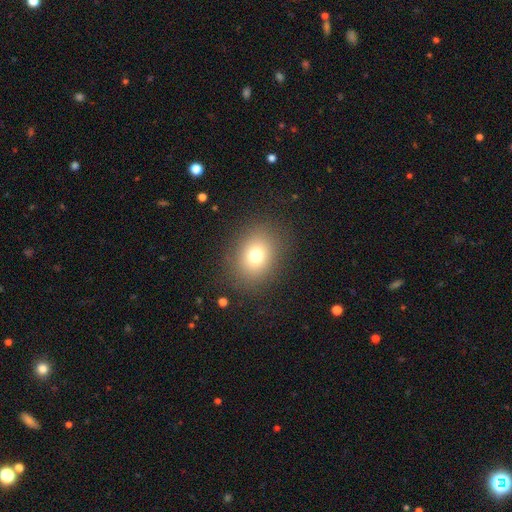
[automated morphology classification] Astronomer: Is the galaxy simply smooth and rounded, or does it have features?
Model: smooth — 74%.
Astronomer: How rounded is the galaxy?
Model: round — 51% (runner-up: in between, 48%).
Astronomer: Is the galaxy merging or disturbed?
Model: none — 85%.